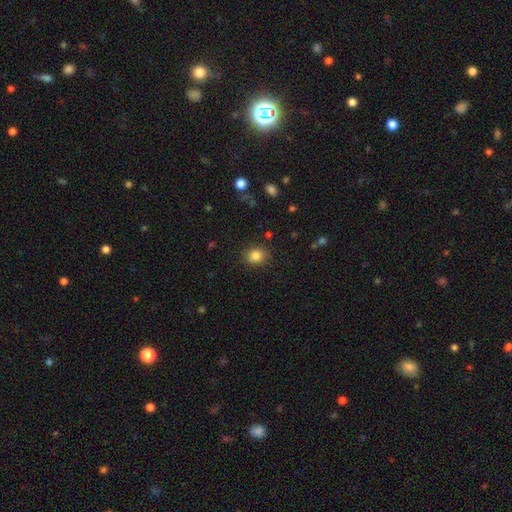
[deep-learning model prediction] Morphology: type=smooth (84%); roundness=round (69%); merging=none (87%).